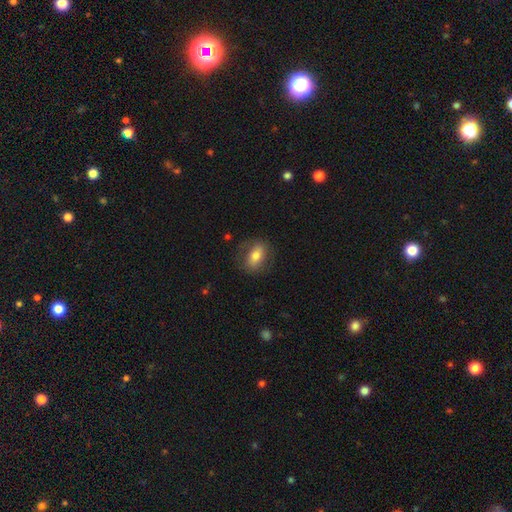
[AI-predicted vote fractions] Smooth or featured: smooth — 67% (featured or disk — 25%)
How rounded: in between — 78% (round — 18%)
Merging: none — 76% (minor disturbance — 16%)